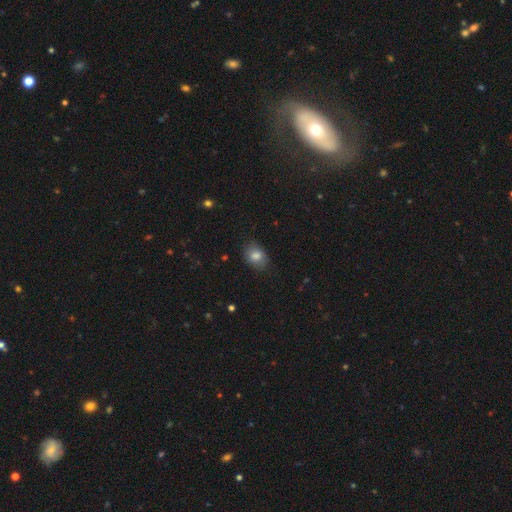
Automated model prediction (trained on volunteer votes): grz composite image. It shows a smooth galaxy with no disk features (81%) that is in between round and cigar-shaped (65%). Merging: none (78%).